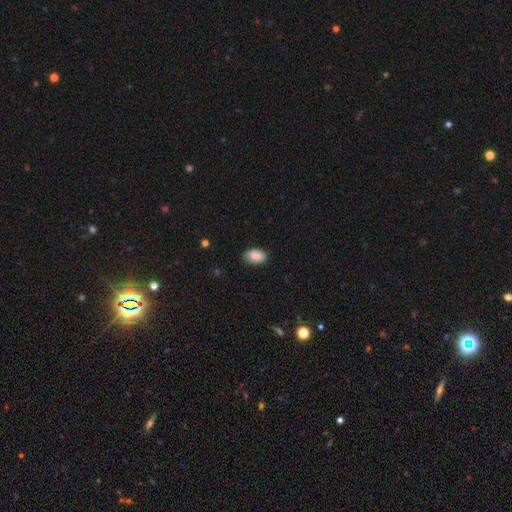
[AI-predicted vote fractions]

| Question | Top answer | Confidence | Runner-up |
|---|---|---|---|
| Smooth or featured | smooth | 80% | featured or disk (13%) |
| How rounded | in between | 91% | round (7%) |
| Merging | none | 77% | minor disturbance (19%) |